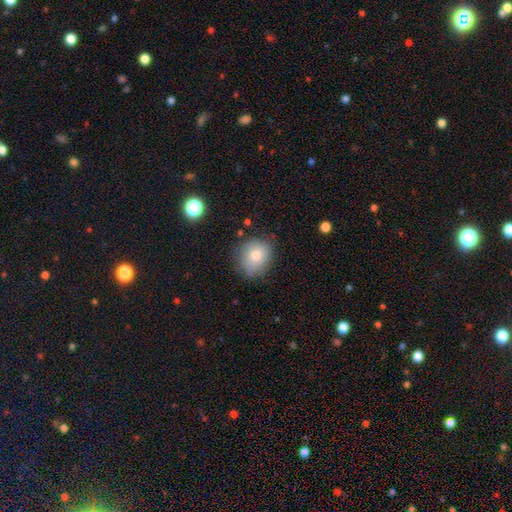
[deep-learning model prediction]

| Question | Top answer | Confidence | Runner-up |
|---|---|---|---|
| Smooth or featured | smooth | 78% | featured or disk (13%) |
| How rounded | round | 68% | in between (31%) |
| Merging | none | 74% | minor disturbance (20%) |